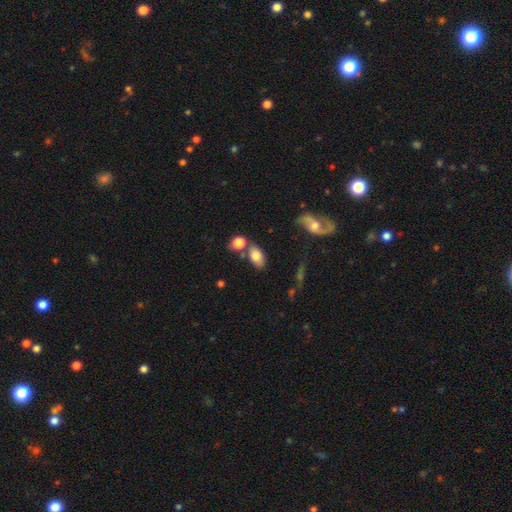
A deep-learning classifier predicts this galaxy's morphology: type=smooth (76%); roundness=in between (88%); merging=none (61%).